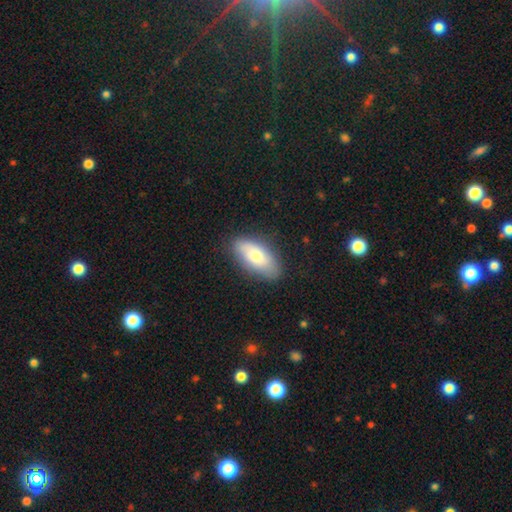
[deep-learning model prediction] A smooth galaxy with no disk features (70%) that is in between round and cigar-shaped (87%).

Vote fractions:
- Smooth or featured? smooth: 70% / featured or disk: 23% / star or artifact: 6%
- How rounded? in between: 87% / cigar-shaped: 10% / round: 3%
- Merging? none: 82% / minor disturbance: 14% / major disturbance: 3% / merger: 1%